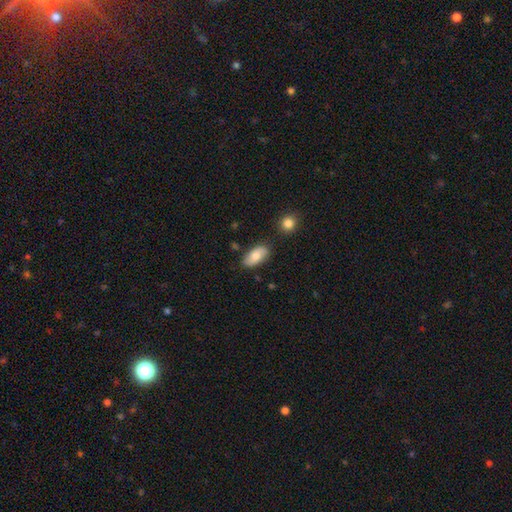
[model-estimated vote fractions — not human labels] This is likely a smooth galaxy (76%). How rounded: clearly in between (92%). Merging: likely none (80%).